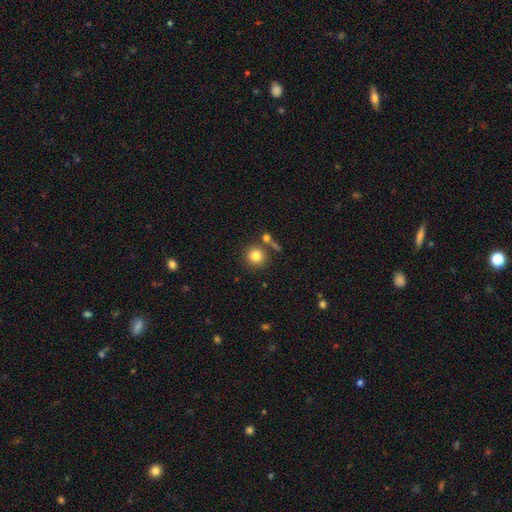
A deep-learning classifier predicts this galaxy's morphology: smooth-or-featured: smooth: 81% | star or artifact: 11% | featured or disk: 8%
  how-rounded: round: 92% | in between: 7% | cigar-shaped: 1%
  merging: none: 74% | merger: 13% | minor disturbance: 9% | major disturbance: 4%